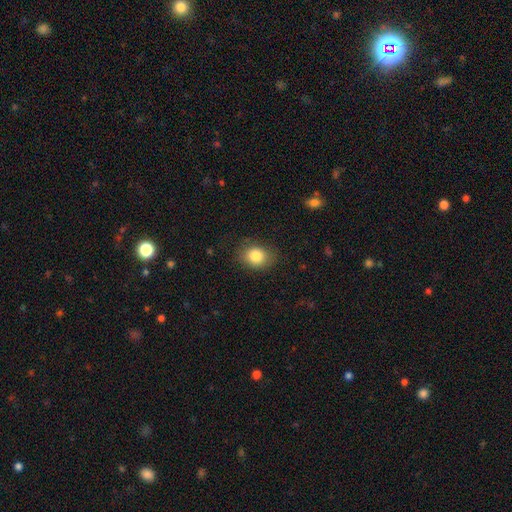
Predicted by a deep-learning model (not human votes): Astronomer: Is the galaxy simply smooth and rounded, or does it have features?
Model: smooth — 83%.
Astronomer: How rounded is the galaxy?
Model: in between — 51% (runner-up: round, 48%).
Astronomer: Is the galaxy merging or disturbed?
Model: none — 81%.